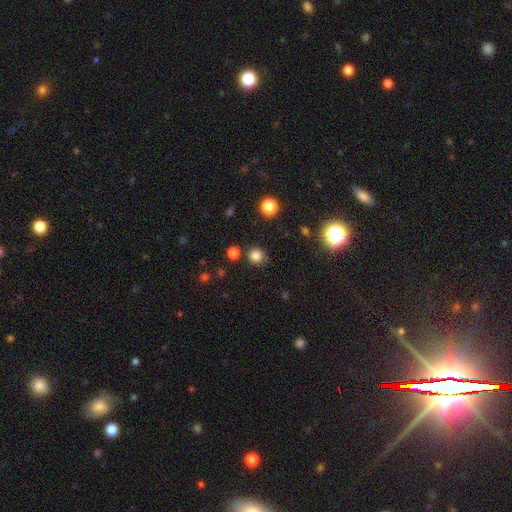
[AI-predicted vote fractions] Smooth or featured? smooth (80%)
How rounded? round (92%)
Merging? none (83%)